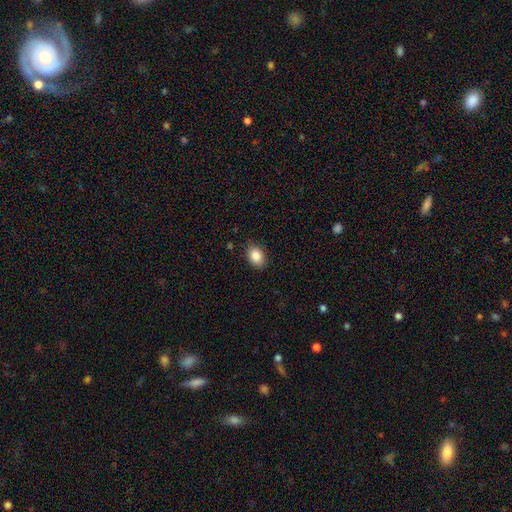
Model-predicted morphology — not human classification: Q: Smooth or featured?
A: smooth (86%); runner-up: star or artifact (8%)
Q: How rounded?
A: in between (76%); runner-up: round (22%)
Q: Merging?
A: none (84%); runner-up: minor disturbance (13%)